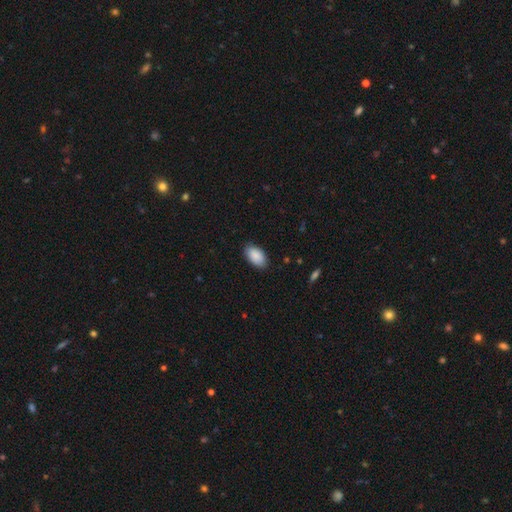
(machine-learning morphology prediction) A smooth galaxy with no disk features (90%) that is in between round and cigar-shaped (95%). Merging: none (84%).